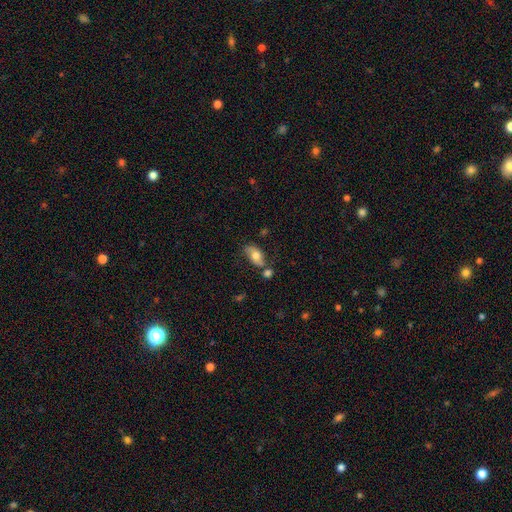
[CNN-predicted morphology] Smooth or featured? Predicted: smooth (p=0.65). How rounded? Predicted: in between (p=0.89). Merging? Predicted: none (p=0.54).